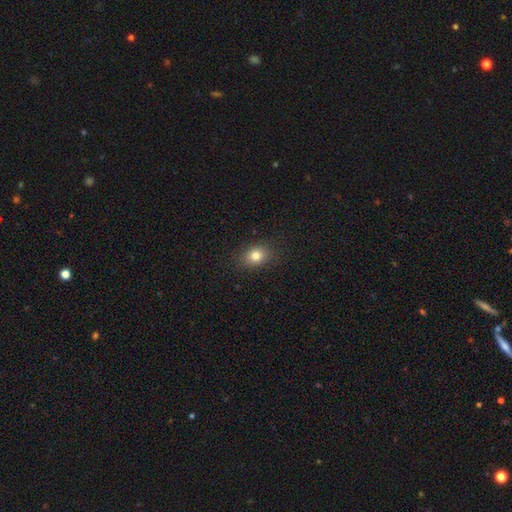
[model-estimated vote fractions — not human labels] A smooth galaxy with no disk features (80%) that is in between round and cigar-shaped (55%).

Vote fractions:
- Smooth or featured? smooth: 80% / star or artifact: 12% / featured or disk: 8%
- How rounded? in between: 55% / round: 43% / cigar-shaped: 1%
- Merging? none: 86% / minor disturbance: 10% / major disturbance: 3% / merger: 1%